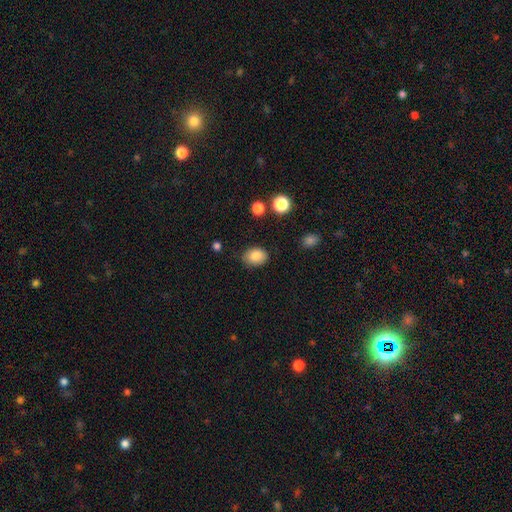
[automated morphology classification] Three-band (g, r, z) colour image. It shows a smooth galaxy with no disk features (85%) that is in between round and cigar-shaped (70%). Merging: none (80%).